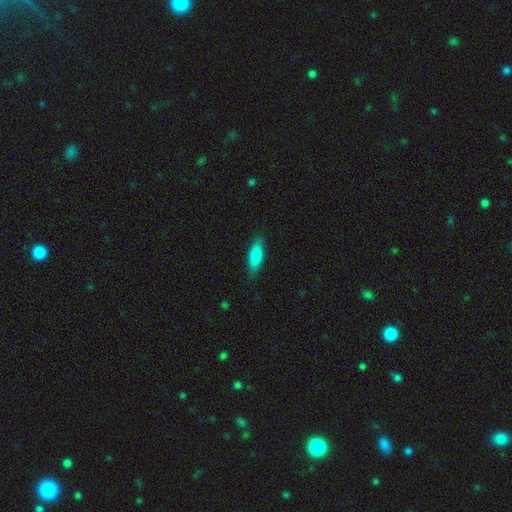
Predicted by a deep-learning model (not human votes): Overall: smooth (84%). How rounded: in between (54%; cigar-shaped 44%). Merging: none (84%).